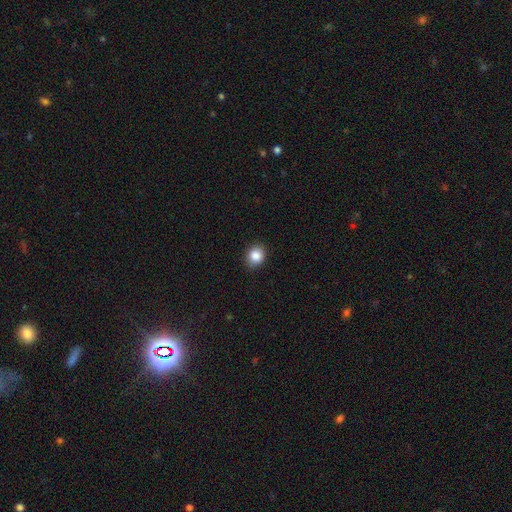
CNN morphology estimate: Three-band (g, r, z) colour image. It shows a smooth galaxy with no disk features (86%) that is round (68%). Merging: none (86%).